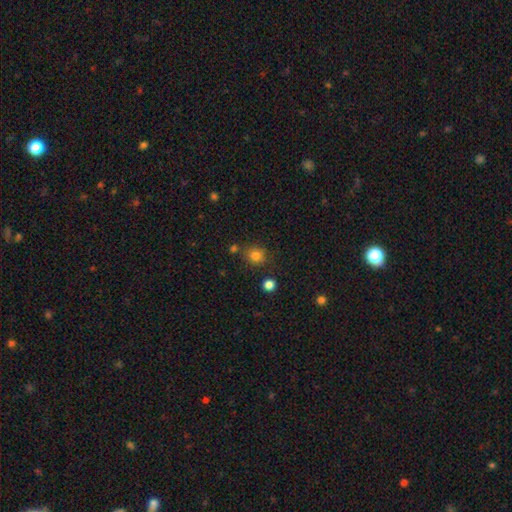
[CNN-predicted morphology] A smooth galaxy with no disk features (82%) that is round (77%). Merging: none (77%).